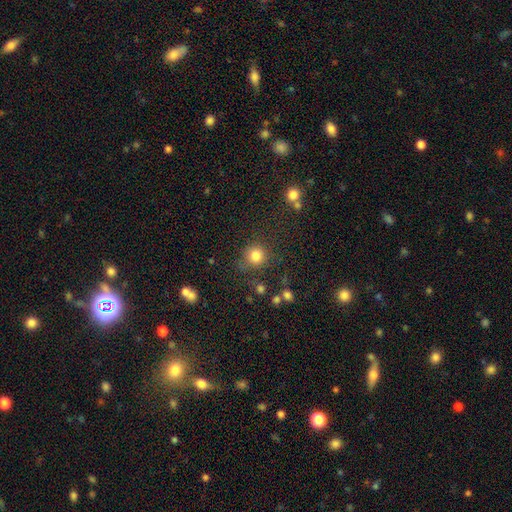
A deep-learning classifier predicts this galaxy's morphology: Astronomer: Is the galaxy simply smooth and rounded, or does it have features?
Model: smooth — 82%.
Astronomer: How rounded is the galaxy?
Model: round — 91%.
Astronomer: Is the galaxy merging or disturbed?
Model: none — 78%.